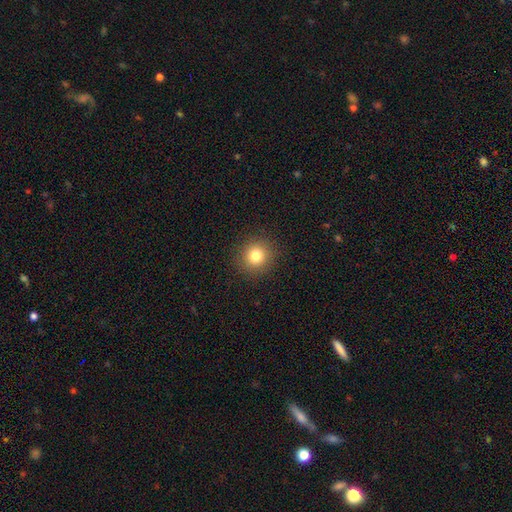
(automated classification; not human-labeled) This appears to be a smooth galaxy with no disk features (80%) that is round (90%). Merging: none (91%).